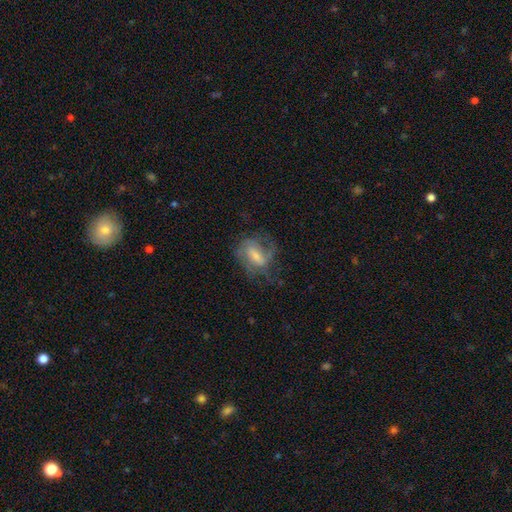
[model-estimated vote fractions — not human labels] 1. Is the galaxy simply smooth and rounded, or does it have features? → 66% featured or disk, 27% smooth, 8% star or artifact.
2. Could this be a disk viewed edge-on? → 95% no, 5% yes.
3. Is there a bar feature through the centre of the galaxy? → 44% weak, 34% strong, 22% no.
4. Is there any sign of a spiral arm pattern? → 79% yes, 21% no.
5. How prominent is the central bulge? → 44% small, 35% moderate, 11% none, 8% large, 2% dominant.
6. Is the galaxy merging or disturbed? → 48% none, 27% major disturbance, 23% minor disturbance, 2% merger.